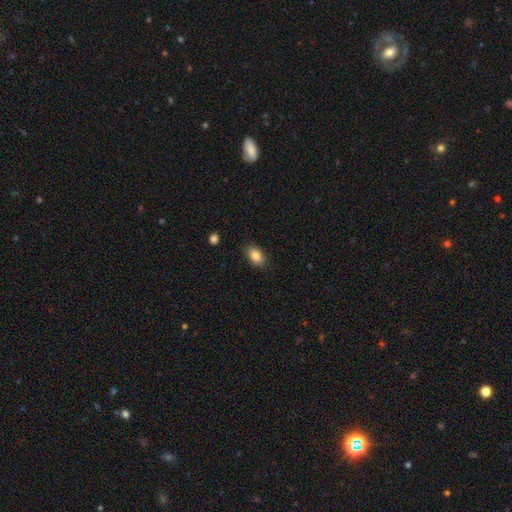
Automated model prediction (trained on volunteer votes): Smooth or featured?
  - smooth: 85% *
  - star or artifact: 8%
  - featured or disk: 7%
How rounded?
  - in between: 87% *
  - round: 12%
  - cigar-shaped: 2%
Merging?
  - none: 85% *
  - minor disturbance: 11%
  - major disturbance: 2%
  - merger: 1%